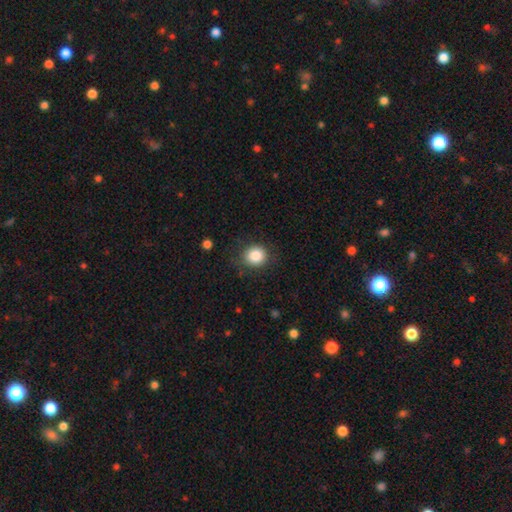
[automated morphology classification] This is clearly a smooth galaxy (85%). How rounded: clearly round (82%). Merging: clearly none (83%).